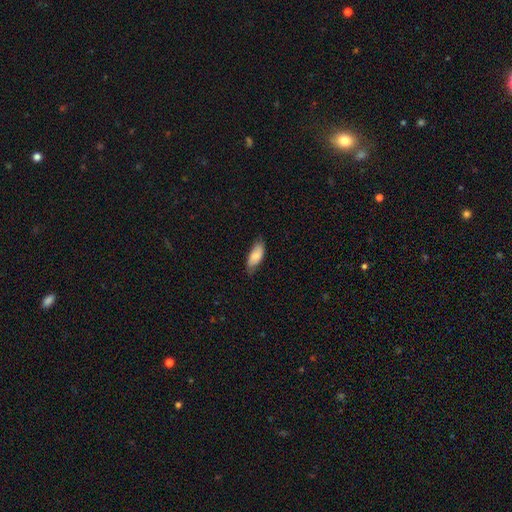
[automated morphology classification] type=smooth (82%); roundness=in between (81%); merging=none (75%).